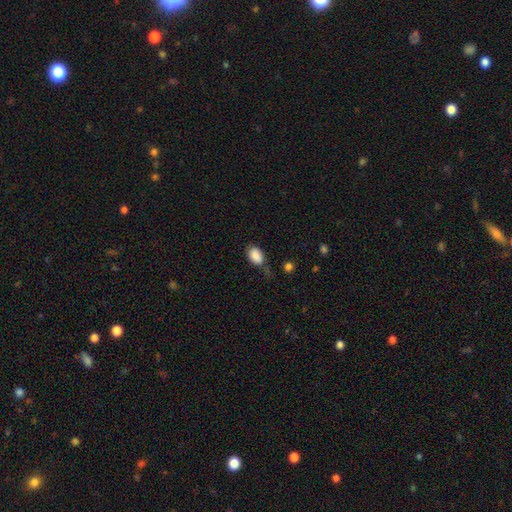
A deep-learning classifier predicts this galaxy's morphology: smooth_or_featured: smooth (p=0.88) [alt: star or artifact p=0.08]
how_rounded: in between (p=0.87) [alt: round p=0.12]
merging: none (p=0.57) [alt: minor disturbance p=0.29]